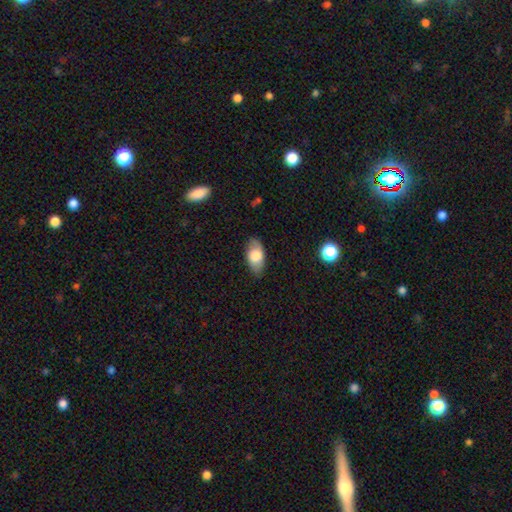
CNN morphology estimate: Smooth or featured: smooth — 73% (featured or disk — 20%)
How rounded: in between — 92% (round — 4%)
Merging: none — 81% (minor disturbance — 15%)